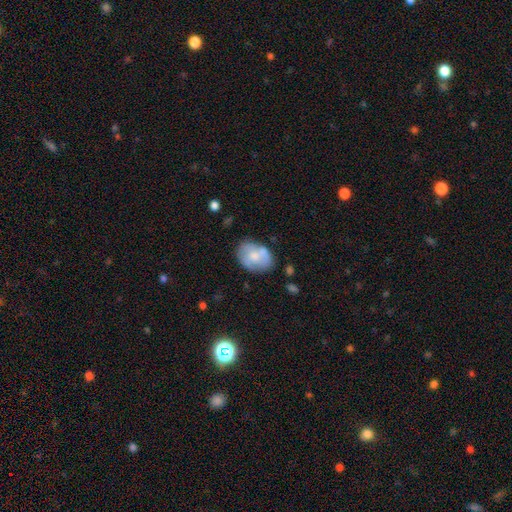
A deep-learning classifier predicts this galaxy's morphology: Smooth or featured: smooth — 58% (featured or disk — 36%)
How rounded: in between — 70% (round — 29%)
Merging: none — 59% (minor disturbance — 24%)